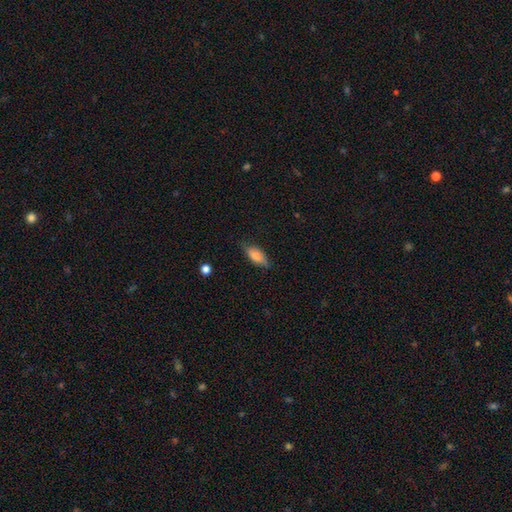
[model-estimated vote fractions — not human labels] Smooth or featured: smooth — 76% (featured or disk — 17%)
How rounded: in between — 83% (cigar-shaped — 14%)
Merging: none — 74% (minor disturbance — 21%)